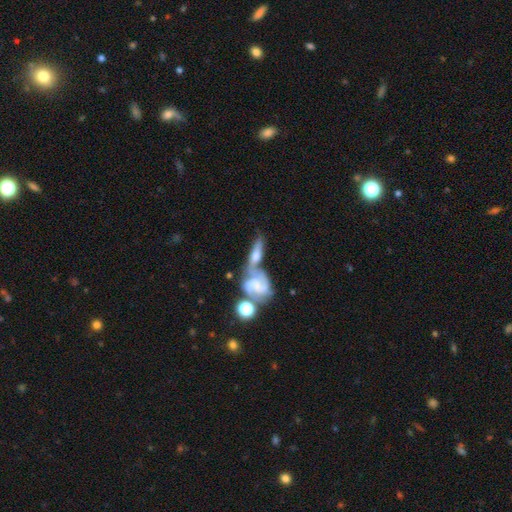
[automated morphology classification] The model was most divided on "smooth or featured": featured or disk: 55%, smooth: 36%, star or artifact: 9%. More confident: edge-on disk — no (64%); merging — merger (54%).